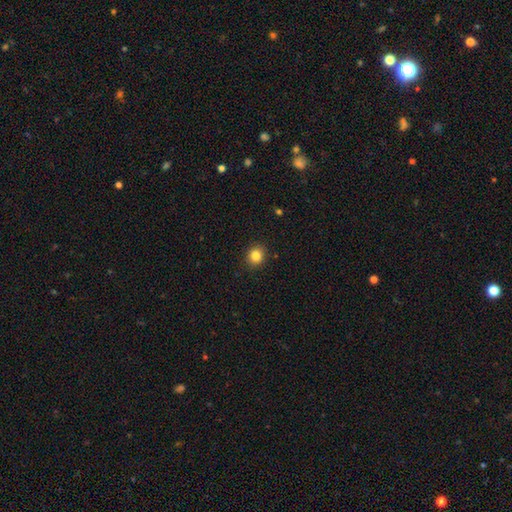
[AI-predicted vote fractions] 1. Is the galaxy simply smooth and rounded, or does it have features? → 84% smooth, 11% star or artifact, 5% featured or disk.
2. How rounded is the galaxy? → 82% round, 17% in between, 1% cigar-shaped.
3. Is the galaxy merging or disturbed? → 91% none, 6% minor disturbance, 2% major disturbance, 1% merger.